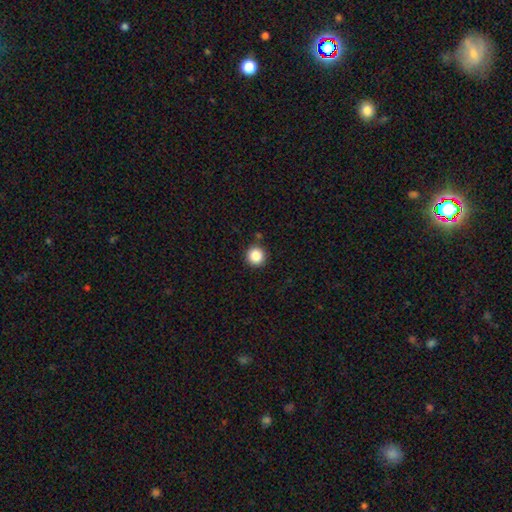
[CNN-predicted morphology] Smooth or featured: smooth — 86% (star or artifact — 10%)
How rounded: round — 95% (in between — 4%)
Merging: none — 88% (minor disturbance — 7%)